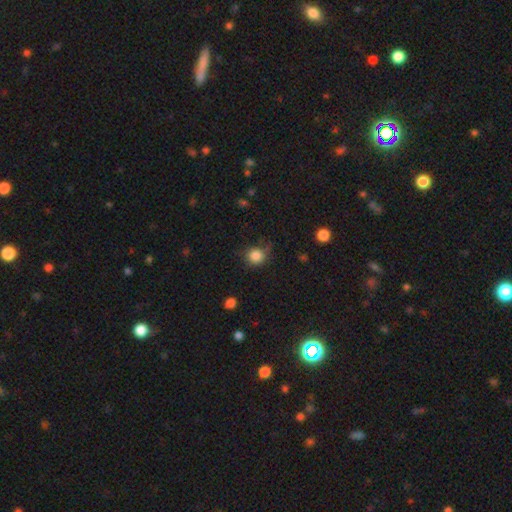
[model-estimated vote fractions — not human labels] Overall: smooth (85%). How rounded: round (83%). Merging: none (66%).